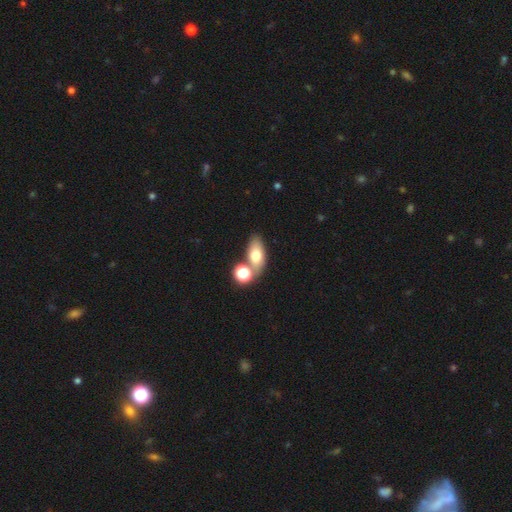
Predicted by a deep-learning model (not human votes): Q: Smooth or featured?
A: smooth (70%); runner-up: featured or disk (19%)
Q: How rounded?
A: in between (80%); runner-up: round (12%)
Q: Merging?
A: none (56%); runner-up: merger (29%)